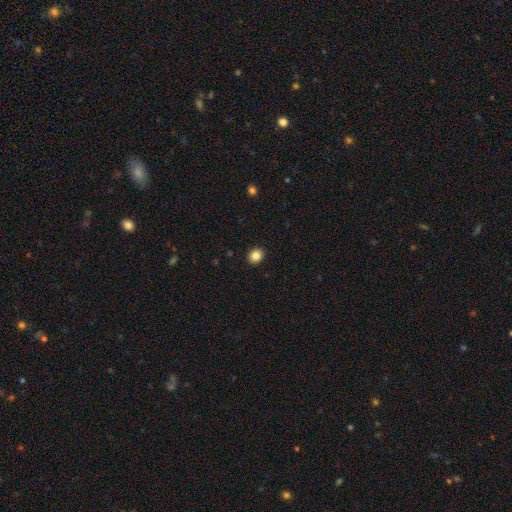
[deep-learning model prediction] smooth-or-featured: smooth: 86% | star or artifact: 10% | featured or disk: 4%
  how-rounded: round: 61% | in between: 38% | cigar-shaped: 1%
  merging: none: 91% | minor disturbance: 6% | major disturbance: 2% | merger: 1%